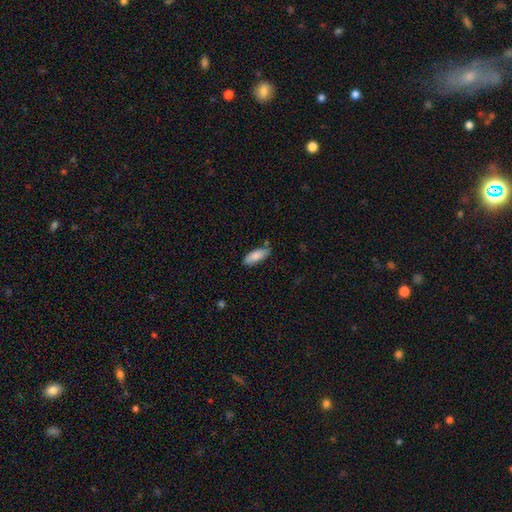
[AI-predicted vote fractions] This appears to be a smooth galaxy with no disk features (85%) that is in between round and cigar-shaped (70%). Merging: none (77%).